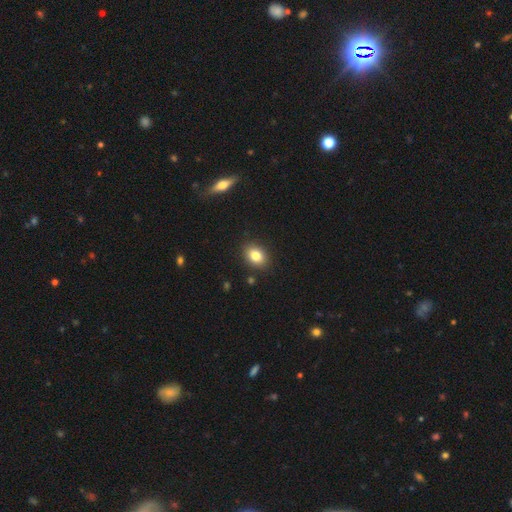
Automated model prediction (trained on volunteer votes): This is clearly a smooth galaxy (82%). How rounded: likely in between (67%). Merging: clearly none (88%).